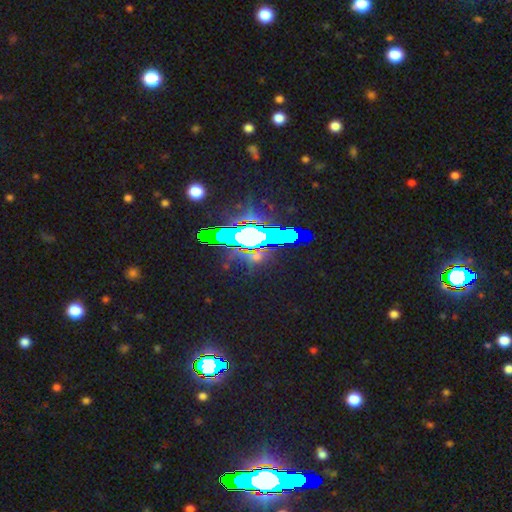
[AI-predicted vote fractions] Overall: star or artifact (72%).